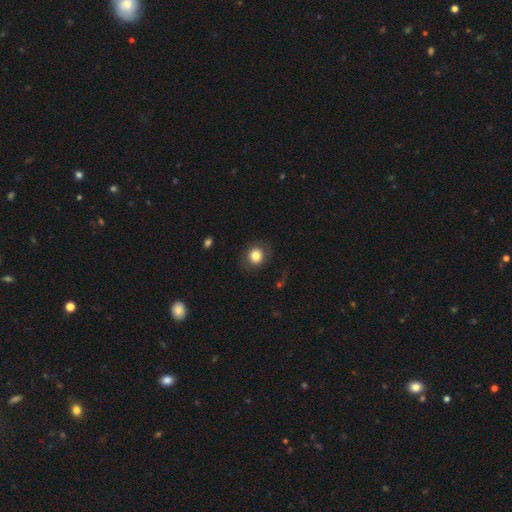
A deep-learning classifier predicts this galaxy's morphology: Smooth or featured: smooth — 82% (star or artifact — 9%)
How rounded: round — 77% (in between — 22%)
Merging: none — 81% (minor disturbance — 12%)